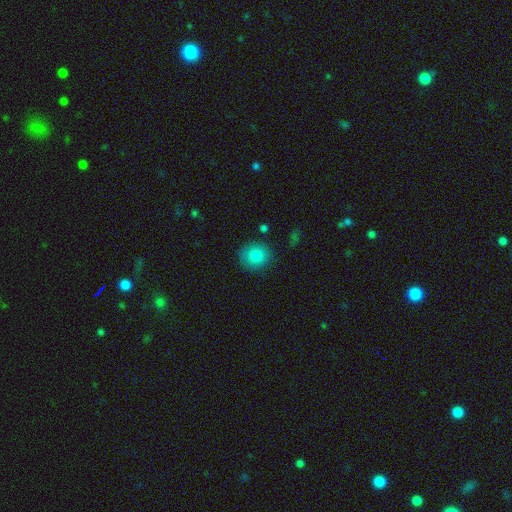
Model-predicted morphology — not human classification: Smooth or featured: smooth — 86% (star or artifact — 8%)
How rounded: round — 85% (in between — 15%)
Merging: none — 84% (minor disturbance — 11%)